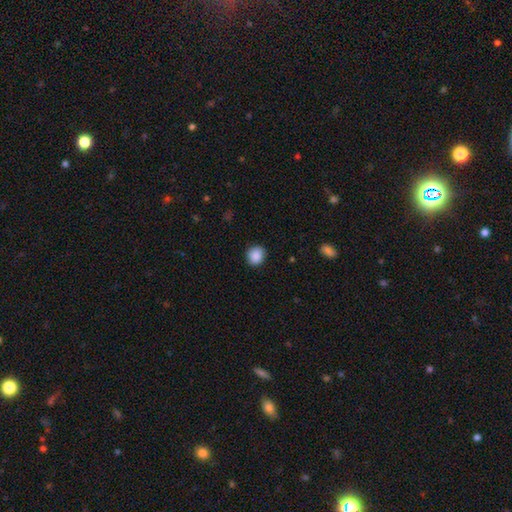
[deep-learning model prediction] Q: Smooth or featured?
A: smooth (89%); runner-up: star or artifact (8%)
Q: How rounded?
A: round (82%); runner-up: in between (17%)
Q: Merging?
A: none (89%); runner-up: minor disturbance (8%)